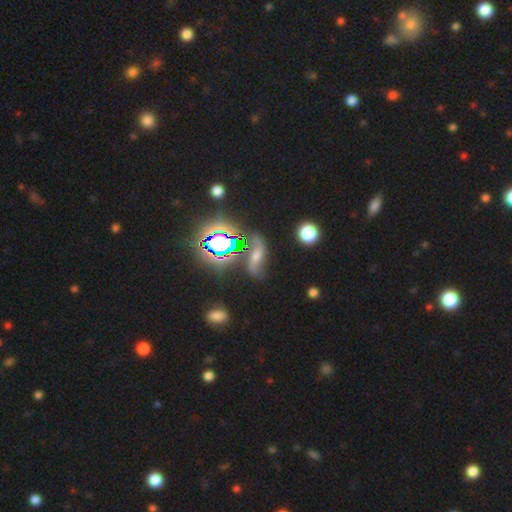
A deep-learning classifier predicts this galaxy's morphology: smooth_or_featured: featured or disk (p=0.54) [alt: star or artifact p=0.26]
disk_edge_on: no (p=0.86) [alt: yes p=0.14]
merging: none (p=0.59) [alt: minor disturbance p=0.19]